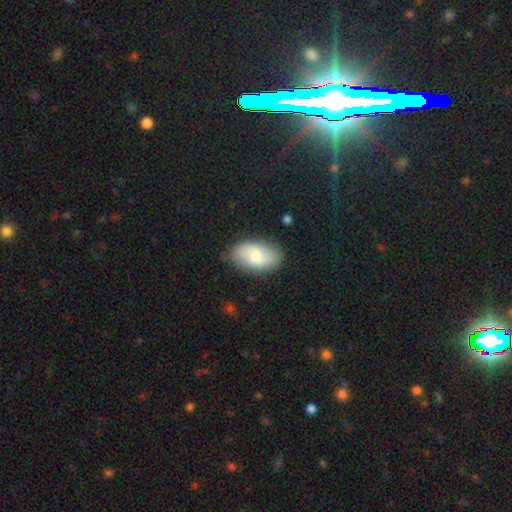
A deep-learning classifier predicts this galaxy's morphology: This appears to be a smooth galaxy with no disk features (67%) that is in between round and cigar-shaped (94%). Merging: none (80%).